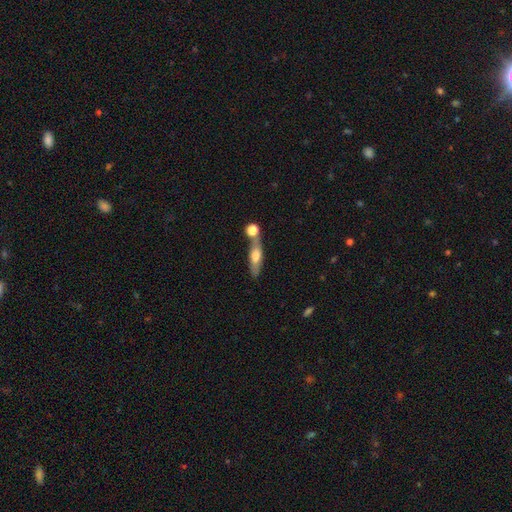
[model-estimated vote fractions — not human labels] This is possibly a smooth galaxy (57%). How rounded: possibly cigar-shaped (56%). Merging: possibly none (46%).